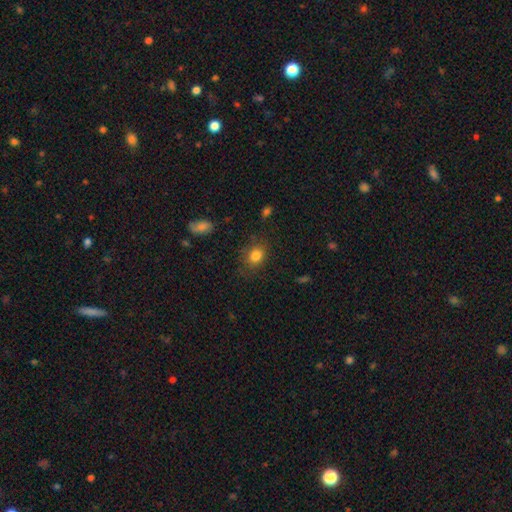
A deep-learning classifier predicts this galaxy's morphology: smooth 83%, star or artifact 11%, featured or disk 7%. Down the decision tree: how rounded — round (54%); merging — none (78%).